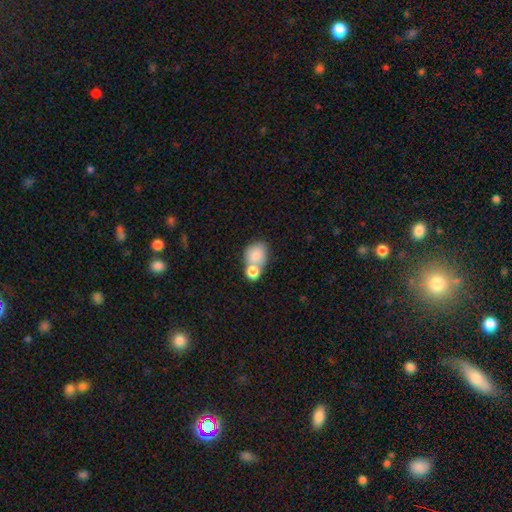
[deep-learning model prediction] A smooth galaxy with no disk features (81%) that is in between round and cigar-shaped (54%).

Vote fractions:
- Smooth or featured? smooth: 81% / featured or disk: 11% / star or artifact: 8%
- How rounded? in between: 54% / round: 45% / cigar-shaped: 1%
- Merging? merger: 46% / none: 37% / minor disturbance: 12% / major disturbance: 5%